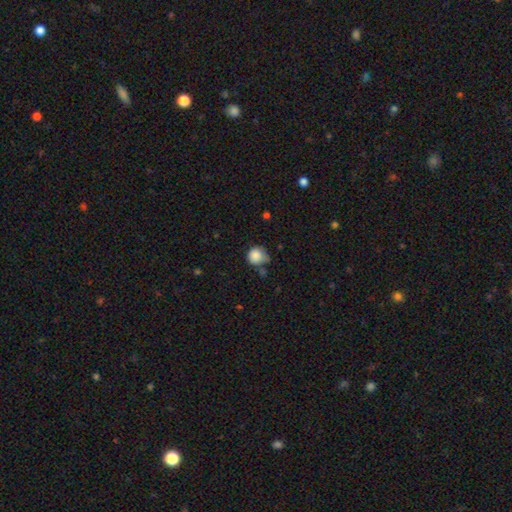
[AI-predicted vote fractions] Morphology: type=smooth (85%); roundness=round (89%); merging=none (53%).